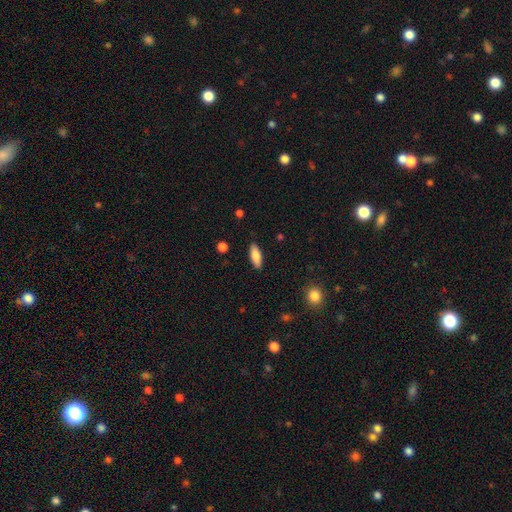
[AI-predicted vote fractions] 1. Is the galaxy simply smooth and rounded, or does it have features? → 83% smooth, 11% featured or disk, 6% star or artifact.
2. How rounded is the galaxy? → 65% in between, 33% cigar-shaped, 2% round.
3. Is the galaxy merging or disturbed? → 88% none, 9% minor disturbance, 2% major disturbance, 1% merger.